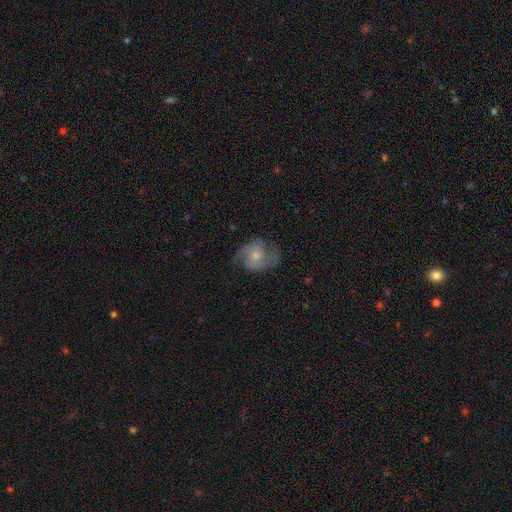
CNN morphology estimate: A featured or disk galaxy (77%) with no bar (71%), 2 (88%) medium (51%) spiral arms (94%) and a small central bulge (49%). Merging: none (70%).